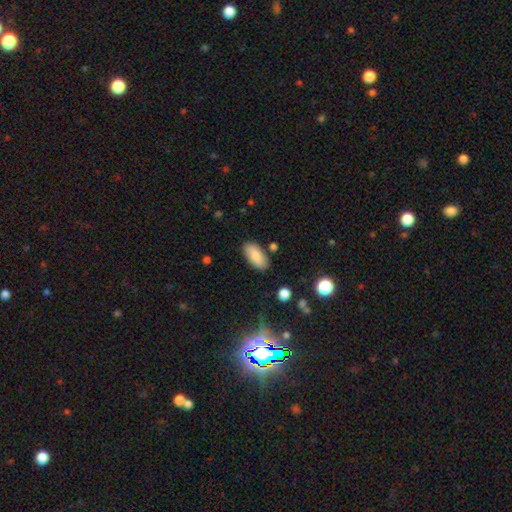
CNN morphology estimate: Overall: smooth (84%). How rounded: in between (91%). Merging: none (85%).